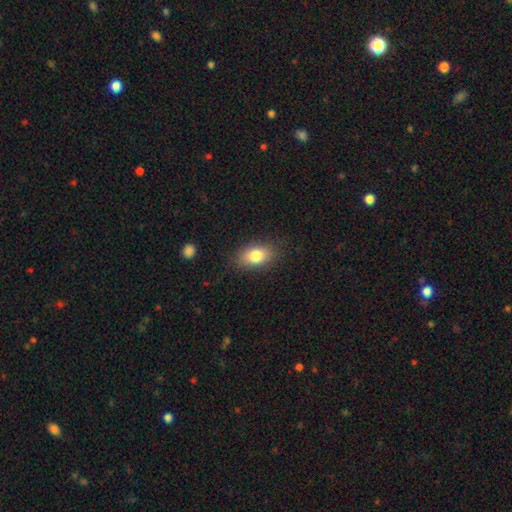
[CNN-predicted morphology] Smooth or featured?
  - smooth: 81% *
  - featured or disk: 10%
  - star or artifact: 9%
How rounded?
  - in between: 84% *
  - round: 14%
  - cigar-shaped: 2%
Merging?
  - none: 84% *
  - minor disturbance: 11%
  - major disturbance: 3%
  - merger: 1%